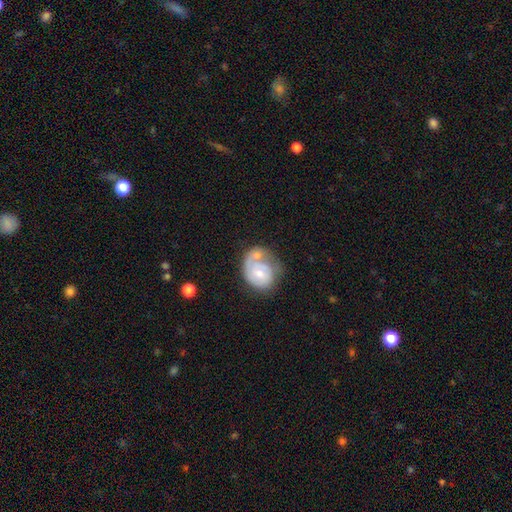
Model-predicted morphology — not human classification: smooth_or_featured: featured or disk (p=0.66) [alt: smooth p=0.28]
disk_edge_on: no (p=0.98) [alt: yes p=0.02]
bar: no (p=0.76) [alt: weak p=0.21]
has_spiral_arms: yes (p=0.79) [alt: no p=0.21]
spiral_winding: tight (p=0.60) [alt: medium p=0.27]
spiral_arm_count: 1 (p=0.58) [alt: 2 p=0.19]
bulge_size: small (p=0.54) [alt: moderate p=0.37]
merging: none (p=0.42) [alt: minor disturbance p=0.21]